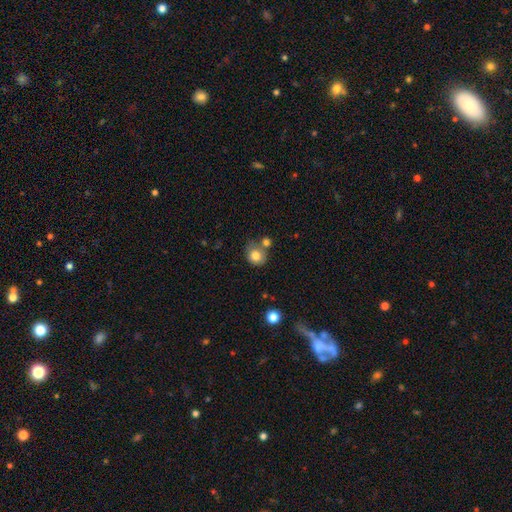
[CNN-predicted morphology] Smooth or featured?
  - smooth: 80% *
  - star or artifact: 10%
  - featured or disk: 10%
How rounded?
  - round: 78% *
  - in between: 21%
  - cigar-shaped: 1%
Merging?
  - none: 57% *
  - merger: 23%
  - minor disturbance: 15%
  - major disturbance: 5%